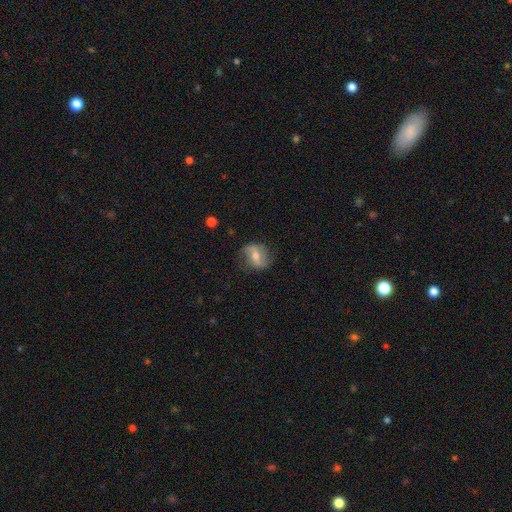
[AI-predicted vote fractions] A featured or disk galaxy (63%) with a weak bar (42%), 2 (87%) loose (48%) spiral arms (85%) and a moderate central bulge (61%).

Vote fractions:
- Smooth or featured? featured or disk: 63% / smooth: 29% / star or artifact: 8%
- Edge-on disk? no: 96% / yes: 4%
- Bar? weak: 42% / no: 29% / strong: 29%
- Spiral arms? yes: 85% / no: 15%
- Spiral winding? loose: 48% / medium: 36% / tight: 17%
- Spiral arm count? 2: 87% / can't tell: 7% / 1: 3% / 3: 1% / 4: 1% / more than 4: 1%
- Bulge size? moderate: 61% / small: 32% / large: 4% / none: 2% / dominant: 1%
- Merging? none: 77% / minor disturbance: 16% / major disturbance: 6% / merger: 1%